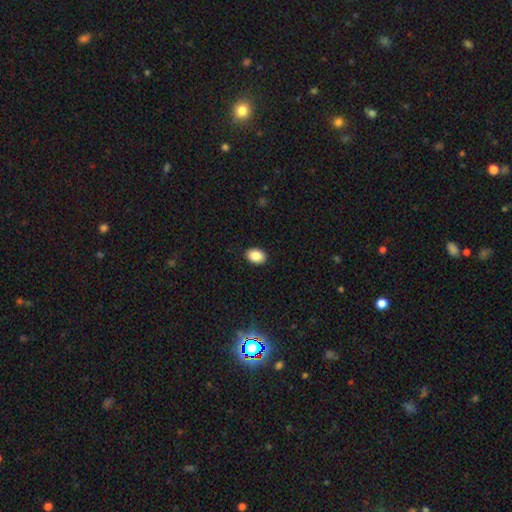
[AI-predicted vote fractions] Q: Smooth or featured?
A: smooth (87%); runner-up: star or artifact (8%)
Q: How rounded?
A: in between (76%); runner-up: round (23%)
Q: Merging?
A: none (90%); runner-up: minor disturbance (7%)